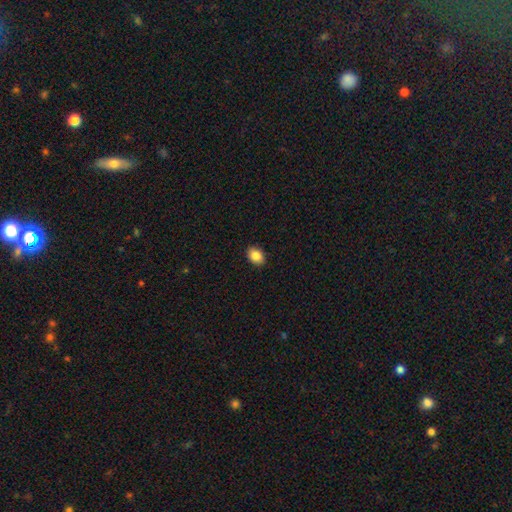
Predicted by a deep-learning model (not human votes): Smooth or featured? smooth (88%)
How rounded? in between (73%)
Merging? none (90%)